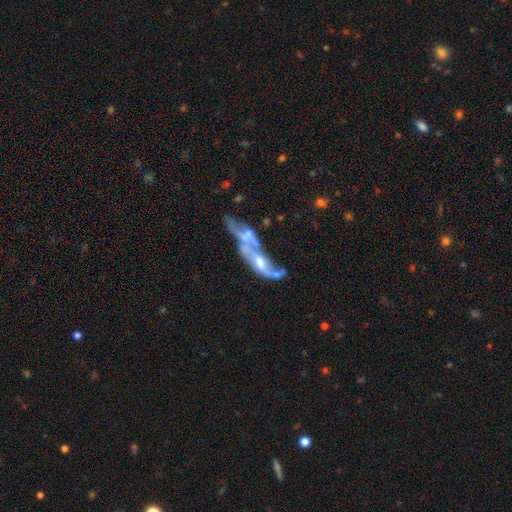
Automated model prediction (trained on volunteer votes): This is likely a featured or disk galaxy (65%). It is likely not viewed edge-on (76%). Merging: possibly merger (58%).